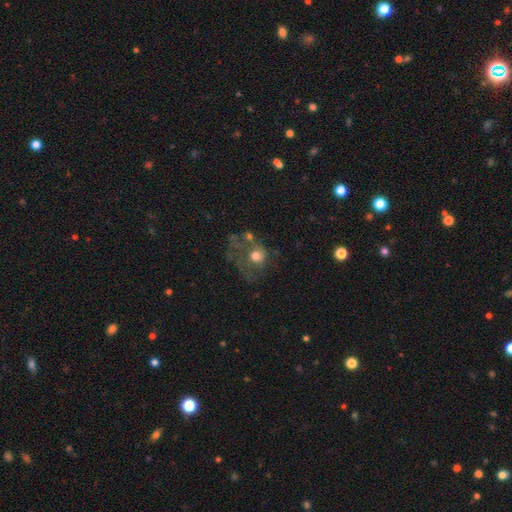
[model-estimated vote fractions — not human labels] smooth_or_featured: smooth (p=0.54) [alt: featured or disk p=0.33]
how_rounded: round (p=0.66) [alt: in between p=0.32]
merging: major disturbance (p=0.41) [alt: none p=0.27]